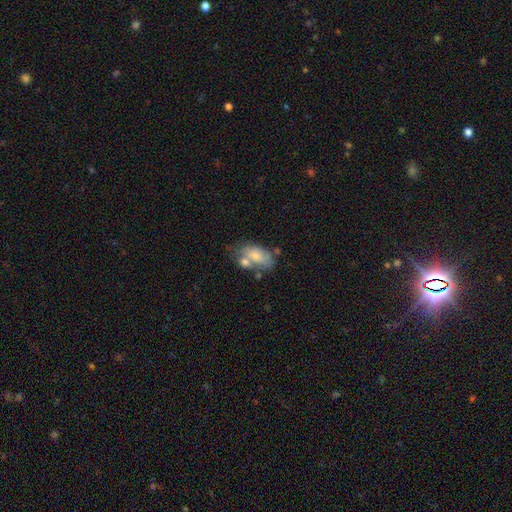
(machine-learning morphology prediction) smooth 60%, featured or disk 33%, star or artifact 7%. Down the decision tree: how rounded — in between (90%); merging — merger (38%).